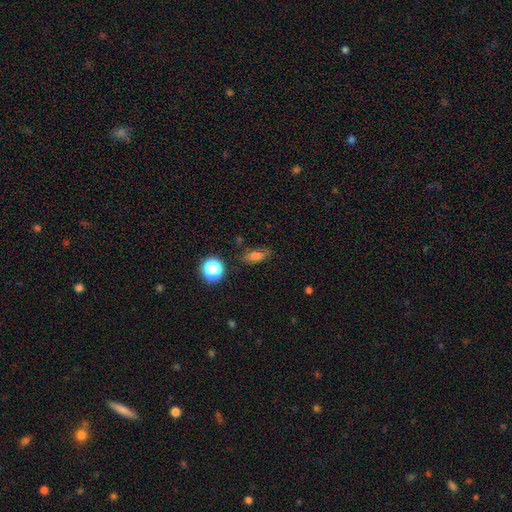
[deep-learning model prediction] This appears to be a smooth galaxy with no disk features (74%) that is in between round and cigar-shaped (75%). Merging: none (72%).